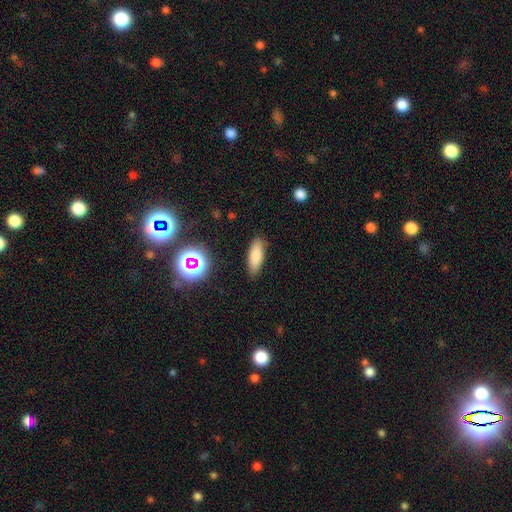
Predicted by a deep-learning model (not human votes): Smooth or featured? smooth (82%)
How rounded? in between (62%)
Merging? none (87%)